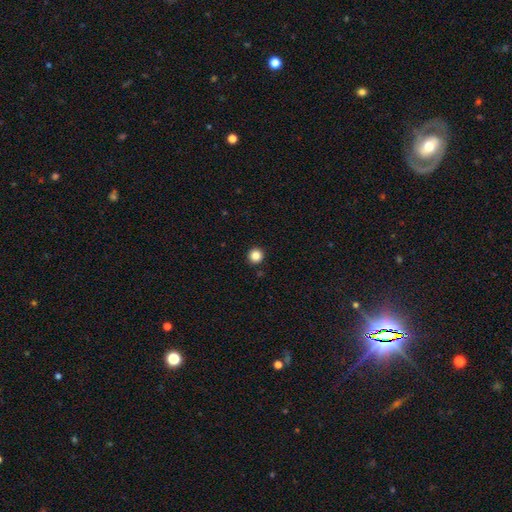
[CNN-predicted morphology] smooth 85%, star or artifact 11%, featured or disk 4%. Down the decision tree: how rounded — round (96%); merging — none (93%).